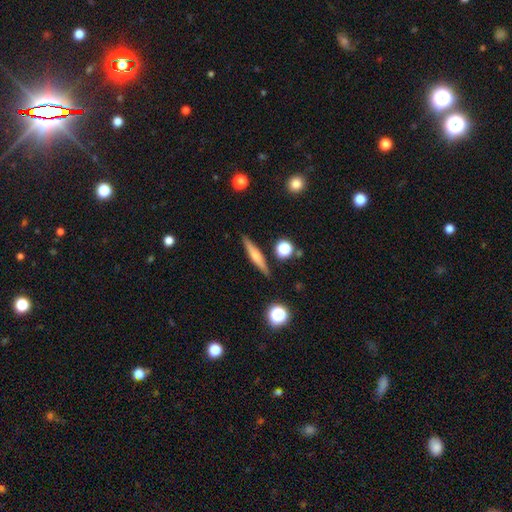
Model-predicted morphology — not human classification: This is possibly a featured or disk galaxy (48%). Merging: clearly none (88%).